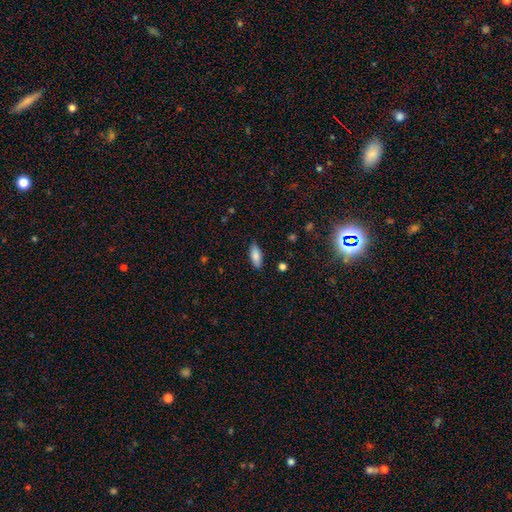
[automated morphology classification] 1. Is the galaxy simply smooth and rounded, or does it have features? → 84% smooth, 10% featured or disk, 7% star or artifact.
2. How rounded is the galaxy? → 77% in between, 21% cigar-shaped, 2% round.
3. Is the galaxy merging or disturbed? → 85% none, 11% minor disturbance, 2% major disturbance, 1% merger.